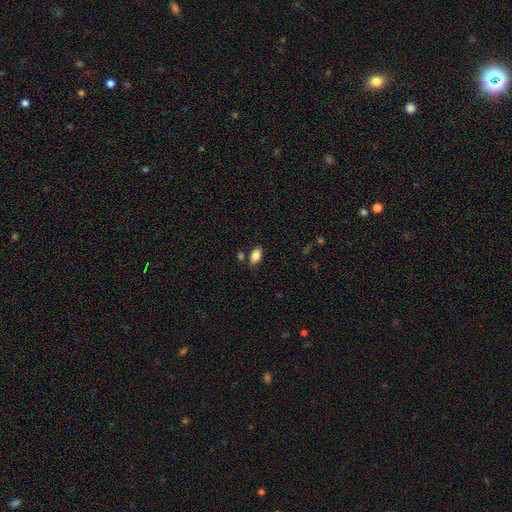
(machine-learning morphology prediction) This appears to be a smooth galaxy with no disk features (84%) that is in between round and cigar-shaped (92%). Merging: none (78%).